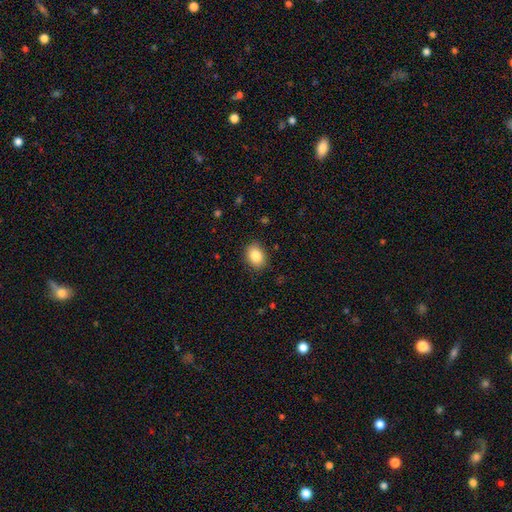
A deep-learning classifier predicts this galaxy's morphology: smooth_or_featured: smooth (p=0.85) [alt: star or artifact p=0.08]
how_rounded: in between (p=0.61) [alt: round p=0.38]
merging: none (p=0.86) [alt: minor disturbance p=0.10]